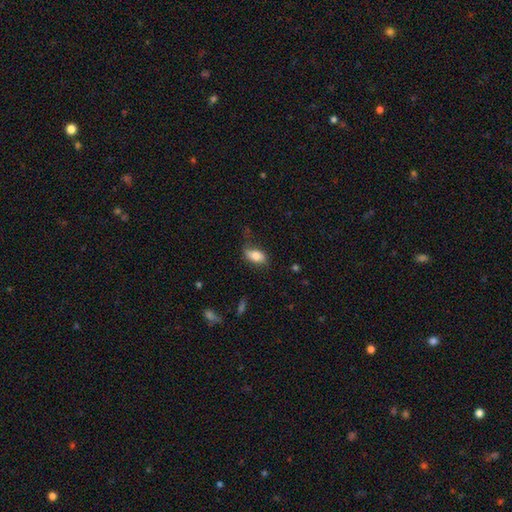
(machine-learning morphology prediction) Smooth or featured: smooth — 78% (featured or disk — 14%)
How rounded: in between — 90% (round — 5%)
Merging: none — 63% (minor disturbance — 25%)